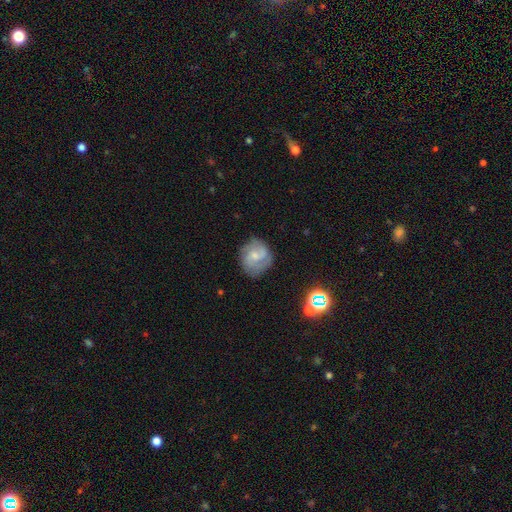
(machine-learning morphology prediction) This is likely a featured or disk galaxy (65%). It is clearly not viewed edge-on (98%). Bar: possibly no (53%). Spiral arm pattern: clearly yes (89%). Spiral arm count: possibly 2 (56%). Spiral winding: possibly medium (47%). Central bulge: possibly small (49%). Merging: likely none (68%).